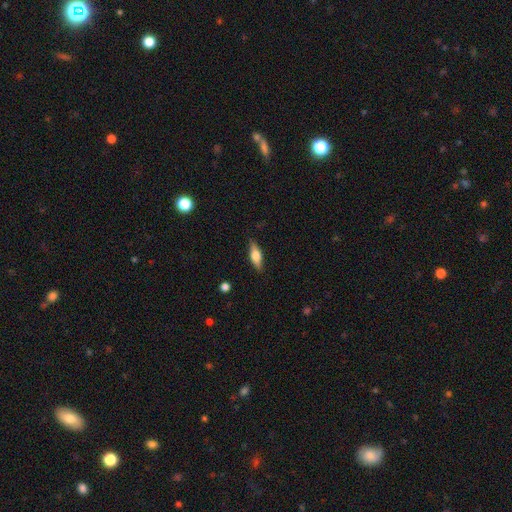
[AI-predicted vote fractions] Smooth or featured?
  - smooth: 58% *
  - featured or disk: 35%
  - star or artifact: 7%
How rounded?
  - in between: 64% *
  - cigar-shaped: 33%
  - round: 3%
Merging?
  - none: 84% *
  - minor disturbance: 12%
  - major disturbance: 3%
  - merger: 1%